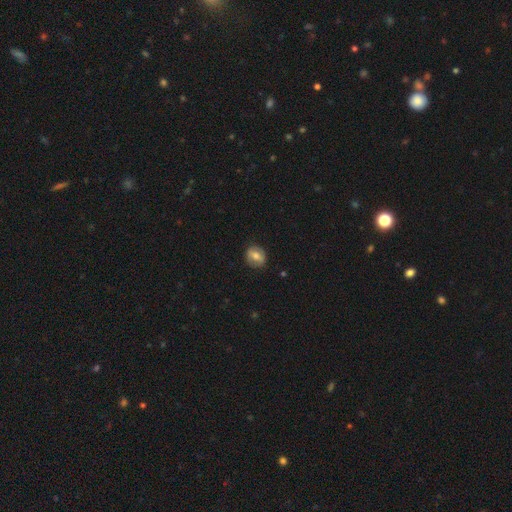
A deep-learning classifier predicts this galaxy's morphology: Smooth or featured: smooth — 62% (featured or disk — 30%)
How rounded: round — 58% (in between — 40%)
Merging: none — 84% (minor disturbance — 12%)